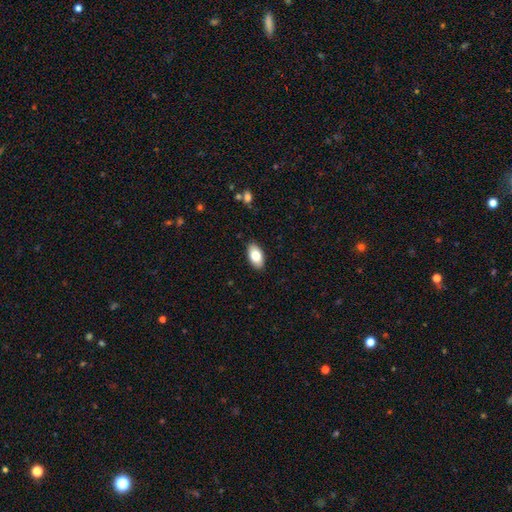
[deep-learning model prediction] Q: Smooth or featured?
A: smooth (80%); runner-up: featured or disk (13%)
Q: How rounded?
A: in between (94%); runner-up: round (3%)
Q: Merging?
A: none (89%); runner-up: minor disturbance (8%)